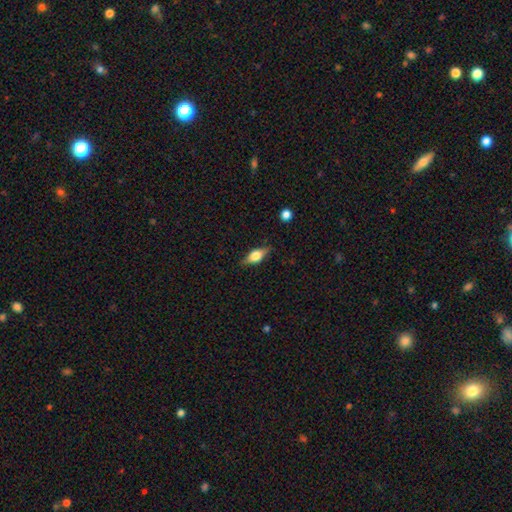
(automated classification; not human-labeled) A smooth galaxy with no disk features (50%) that is in between round and cigar-shaped (71%). Merging: none (83%).